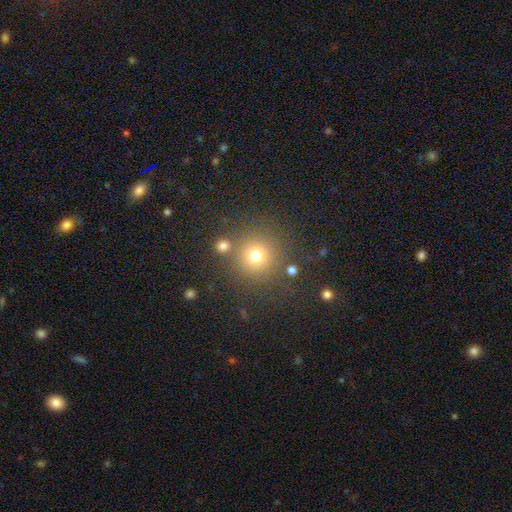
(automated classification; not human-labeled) Smooth or featured?
  - smooth: 74% *
  - star or artifact: 18%
  - featured or disk: 8%
How rounded?
  - round: 94% *
  - in between: 5%
  - cigar-shaped: 1%
Merging?
  - none: 79% *
  - minor disturbance: 8%
  - merger: 8%
  - major disturbance: 4%